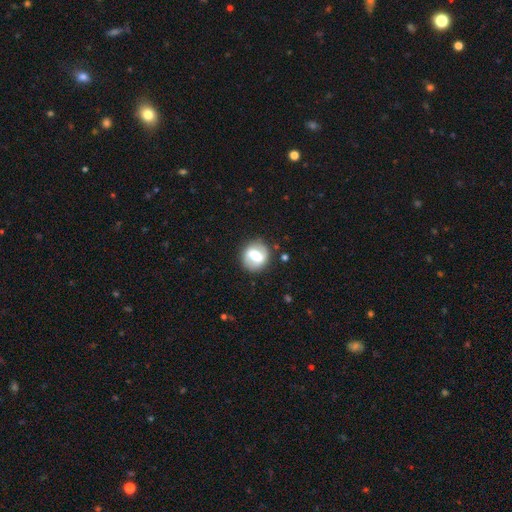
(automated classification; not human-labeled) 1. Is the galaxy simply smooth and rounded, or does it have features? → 51% featured or disk, 42% smooth, 7% star or artifact.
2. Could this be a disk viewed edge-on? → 91% no, 9% yes.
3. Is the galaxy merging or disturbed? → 82% none, 11% minor disturbance, 5% major disturbance, 2% merger.